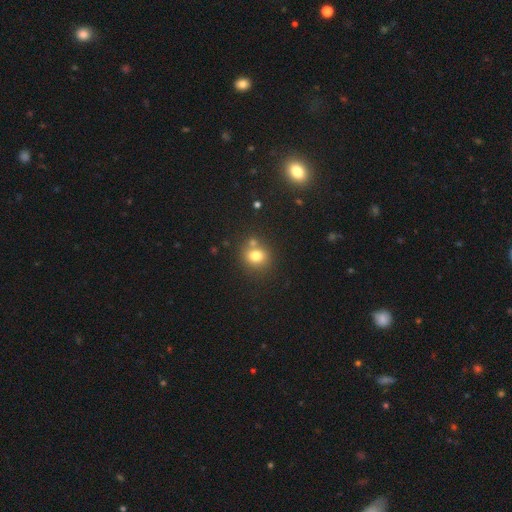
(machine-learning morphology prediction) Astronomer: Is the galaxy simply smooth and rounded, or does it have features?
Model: smooth — 77%.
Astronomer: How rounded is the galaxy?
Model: round — 74%.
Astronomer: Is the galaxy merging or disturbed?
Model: none — 65%.